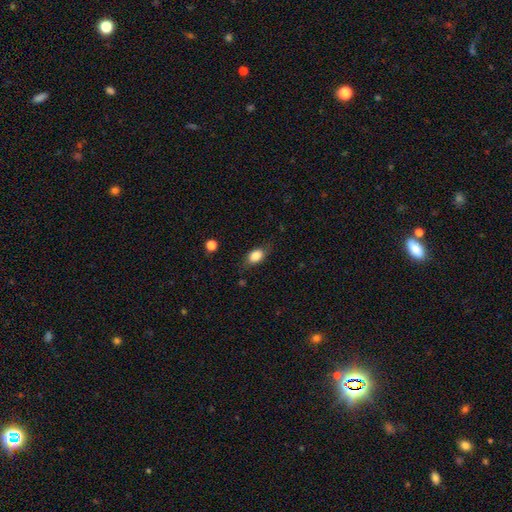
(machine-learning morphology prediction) Overall: smooth (81%). How rounded: in between (81%). Merging: none (73%).